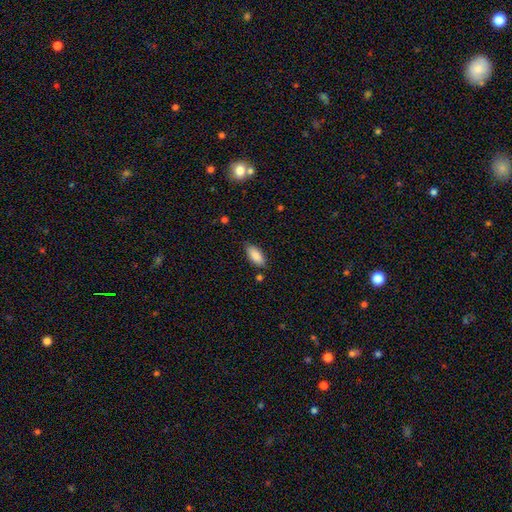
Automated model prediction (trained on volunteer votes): This appears to be a smooth galaxy with no disk features (87%) that is in between round and cigar-shaped (88%). Merging: none (79%).